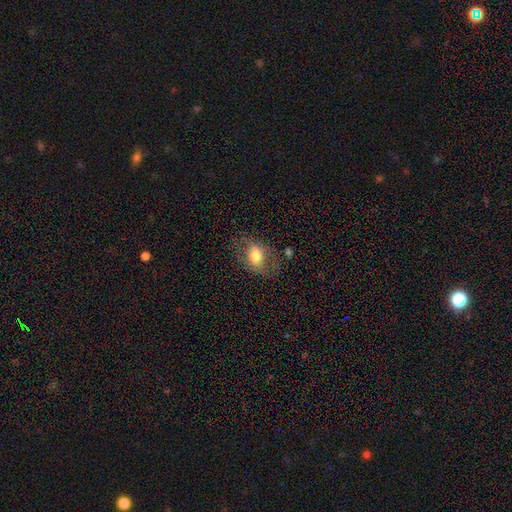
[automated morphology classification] smooth 59%, featured or disk 33%, star or artifact 8%. Down the decision tree: how rounded — in between (76%); merging — none (62%).